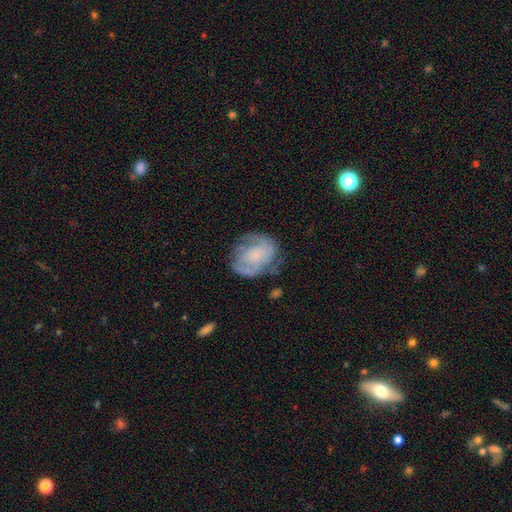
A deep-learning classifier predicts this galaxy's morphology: The model was most divided on "spiral winding": tight: 43%, medium: 39%, loose: 18%. Remaining: edge-on disk — no (97%); spiral arms — yes (82%); bar — no (70%); smooth or featured — featured or disk (67%); merging — none (59%); spiral arm count — 2 (58%); bulge size — small (48%).